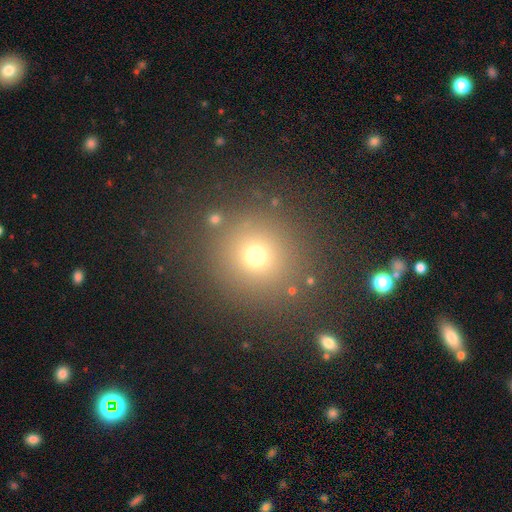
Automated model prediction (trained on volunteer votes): Overall: smooth (69%). How rounded: round (91%). Merging: none (84%).